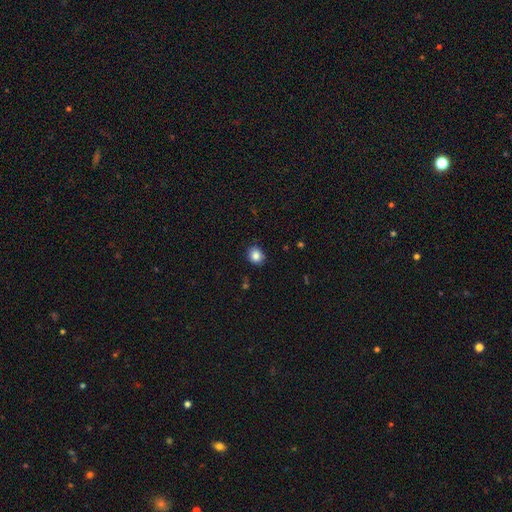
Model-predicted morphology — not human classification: smooth 84%, star or artifact 10%, featured or disk 6%. Down the decision tree: how rounded — round (71%); merging — none (87%).